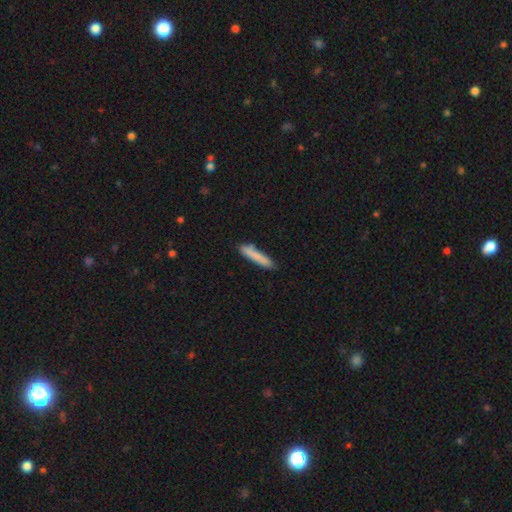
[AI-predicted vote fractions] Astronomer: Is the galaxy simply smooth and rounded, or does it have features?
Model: smooth — 81%.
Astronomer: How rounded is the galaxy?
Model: cigar-shaped — 92%.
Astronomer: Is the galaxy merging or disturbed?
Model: none — 81%.